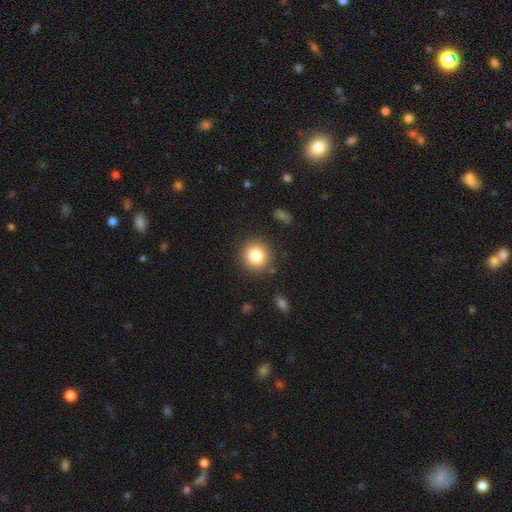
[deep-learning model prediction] A smooth galaxy with no disk features (82%) that is round (91%). Merging: none (88%).